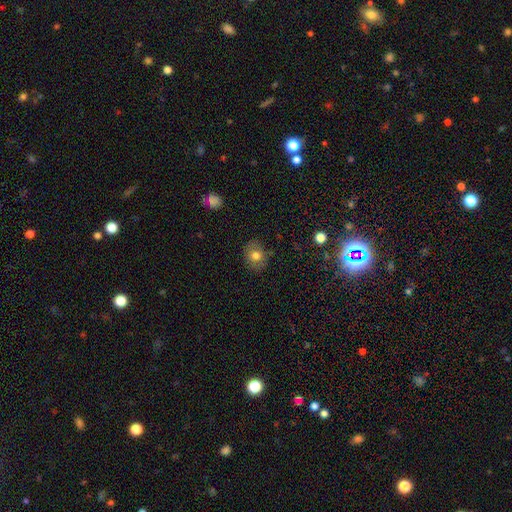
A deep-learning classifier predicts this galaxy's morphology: Smooth or featured? smooth (73%)
How rounded? round (53%)
Merging? none (82%)